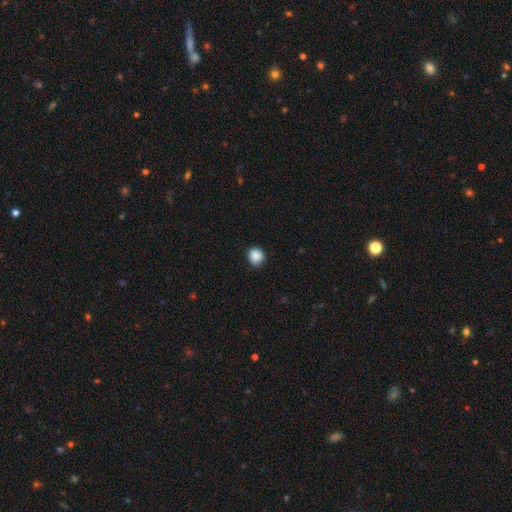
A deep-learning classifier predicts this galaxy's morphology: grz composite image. It shows a smooth galaxy with no disk features (88%) that is round (88%). Merging: none (89%).